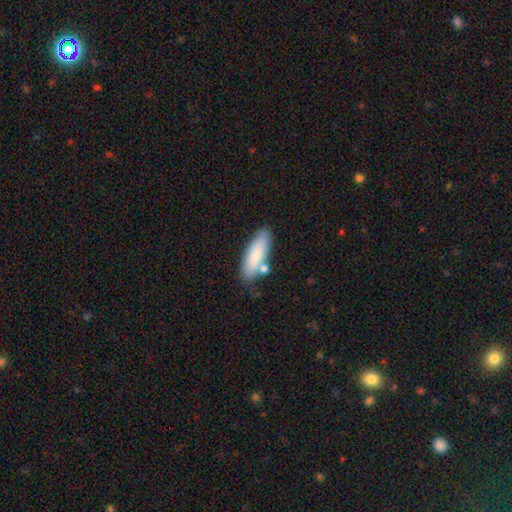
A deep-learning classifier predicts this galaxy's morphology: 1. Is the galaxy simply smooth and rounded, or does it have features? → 78% smooth, 16% featured or disk, 6% star or artifact.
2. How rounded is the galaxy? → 59% in between, 39% cigar-shaped, 2% round.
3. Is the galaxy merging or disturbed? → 73% none, 15% minor disturbance, 9% merger, 3% major disturbance.